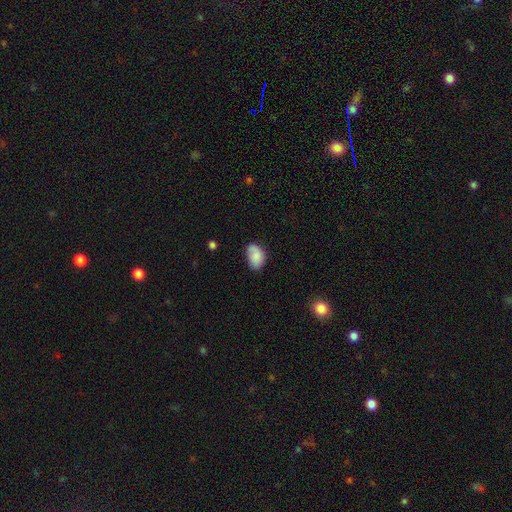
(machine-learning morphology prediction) Smooth or featured? Predicted: smooth (p=0.79). How rounded? Predicted: in between (p=0.85). Merging? Predicted: none (p=0.57).